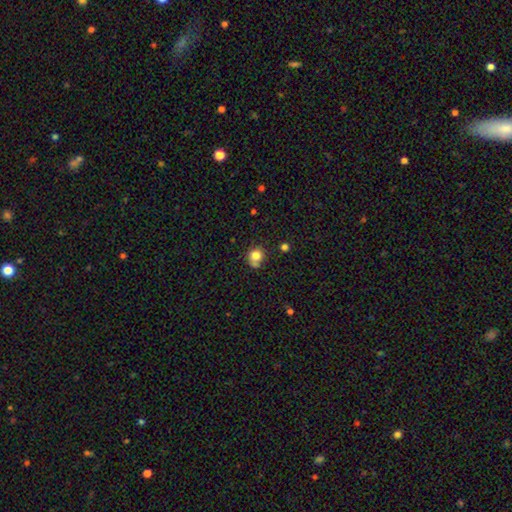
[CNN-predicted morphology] Smooth or featured? smooth (80%)
How rounded? round (84%)
Merging? none (60%)